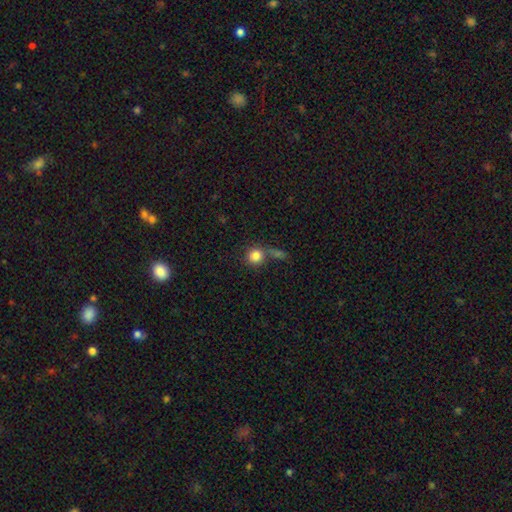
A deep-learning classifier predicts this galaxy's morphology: A smooth galaxy with no disk features (83%) that is round (89%). Merging: none (53%).